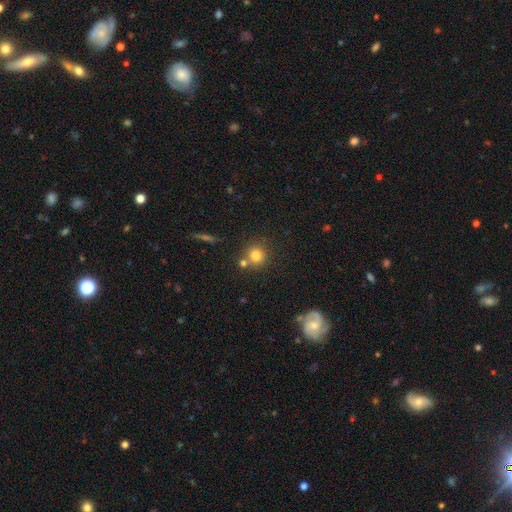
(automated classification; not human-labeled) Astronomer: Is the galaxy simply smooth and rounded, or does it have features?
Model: smooth — 79%.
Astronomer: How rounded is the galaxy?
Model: round — 90%.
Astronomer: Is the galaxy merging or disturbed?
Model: none — 66%.